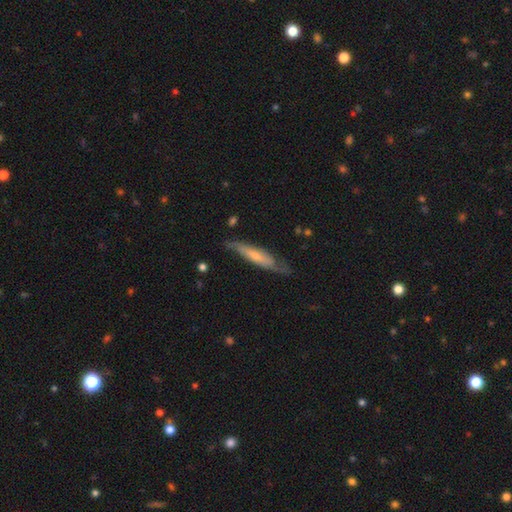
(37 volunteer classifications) Volunteers were most divided on "bar" (2-way tie): weak: 46%, no: 46%, strong: 8%. Remaining: spiral arm count — 2 (80%); spiral arms — yes (77%); edge-on disk — no (68%); bulge size — moderate (62%); smooth or featured — featured or disk (51%); merging — none (42%); spiral winding — tight (40%).